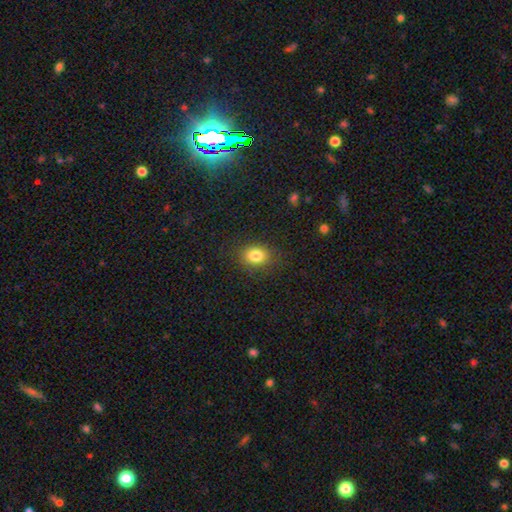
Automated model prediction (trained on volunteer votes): Smooth or featured? Predicted: smooth (p=0.83). How rounded? Predicted: in between (p=0.59). Merging? Predicted: none (p=0.85).